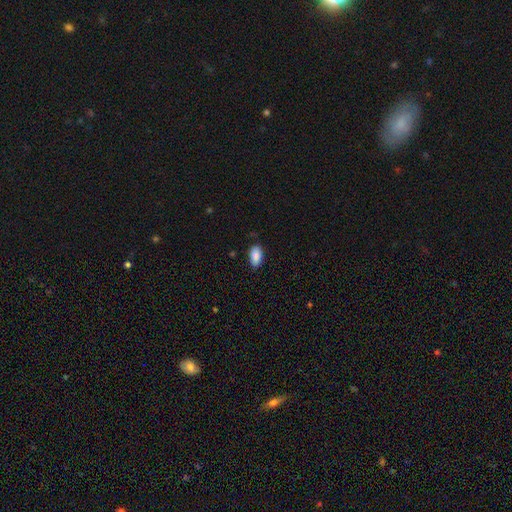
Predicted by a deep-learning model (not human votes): smooth-or-featured: smooth: 88% | star or artifact: 7% | featured or disk: 5%
  how-rounded: in between: 94% | round: 3% | cigar-shaped: 3%
  merging: none: 84% | minor disturbance: 13% | major disturbance: 2% | merger: 1%